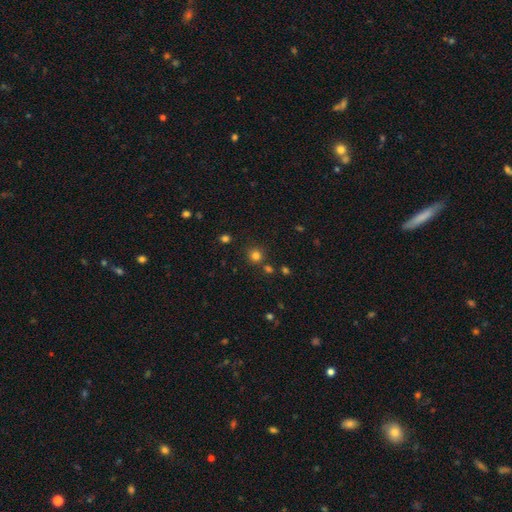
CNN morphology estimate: smooth 78%, star or artifact 17%, featured or disk 5%. Down the decision tree: how rounded — round (93%); merging — none (82%).